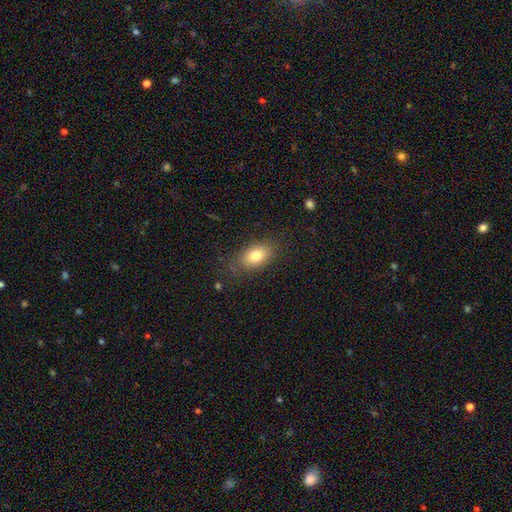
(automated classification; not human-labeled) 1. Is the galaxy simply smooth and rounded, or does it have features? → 79% smooth, 12% featured or disk, 9% star or artifact.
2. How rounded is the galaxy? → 86% in between, 11% round, 2% cigar-shaped.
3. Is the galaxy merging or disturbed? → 79% none, 15% minor disturbance, 5% major disturbance, 1% merger.